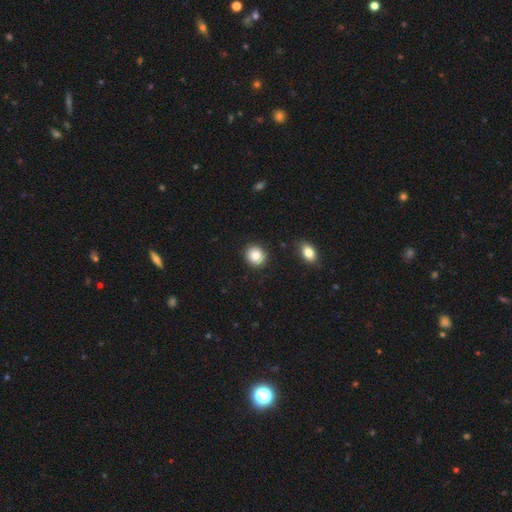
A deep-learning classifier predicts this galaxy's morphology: Smooth or featured? Predicted: smooth (p=0.83). How rounded? Predicted: round (p=0.76). Merging? Predicted: none (p=0.89).